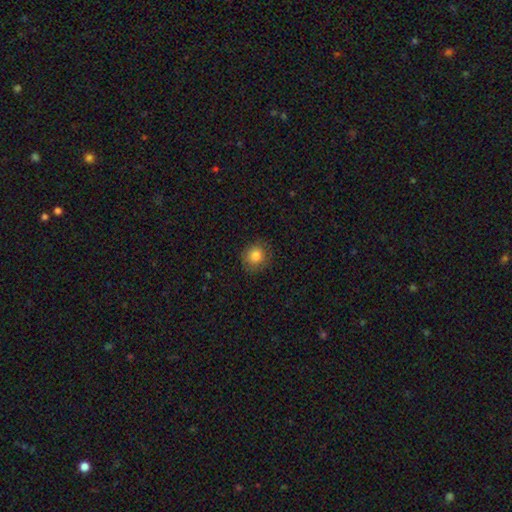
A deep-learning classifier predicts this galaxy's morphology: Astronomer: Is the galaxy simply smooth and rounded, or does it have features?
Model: smooth — 82%.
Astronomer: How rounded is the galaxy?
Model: round — 84%.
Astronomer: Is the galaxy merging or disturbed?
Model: none — 84%.